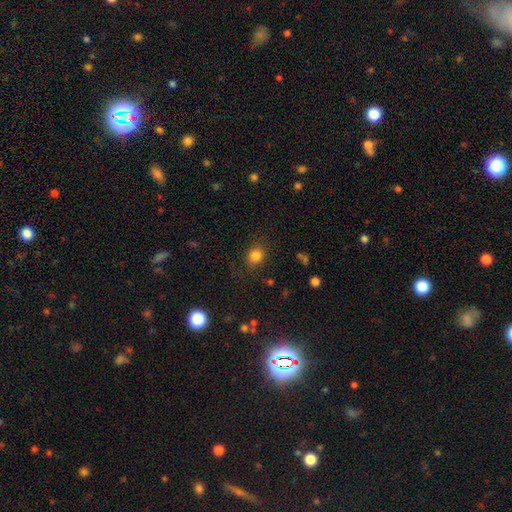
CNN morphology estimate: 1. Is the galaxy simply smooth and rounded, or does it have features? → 82% smooth, 12% star or artifact, 6% featured or disk.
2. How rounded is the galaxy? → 79% round, 20% in between, 1% cigar-shaped.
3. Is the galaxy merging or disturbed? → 82% none, 11% minor disturbance, 5% major disturbance, 2% merger.